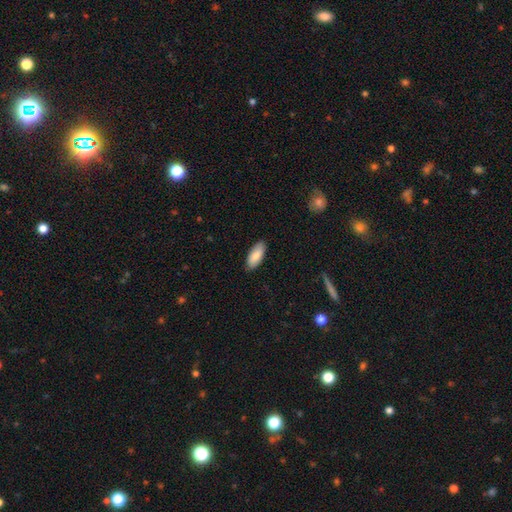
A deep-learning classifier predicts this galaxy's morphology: A smooth galaxy with no disk features (85%) that is in between round and cigar-shaped (85%).

Vote fractions:
- Smooth or featured? smooth: 85% / featured or disk: 10% / star or artifact: 6%
- How rounded? in between: 85% / cigar-shaped: 13% / round: 2%
- Merging? none: 87% / minor disturbance: 10% / major disturbance: 2% / merger: 1%